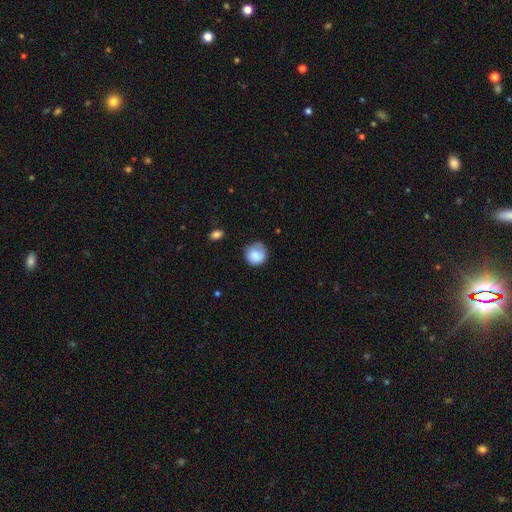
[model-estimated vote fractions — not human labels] This is clearly a smooth galaxy (83%). How rounded: clearly round (88%). Merging: likely none (64%).